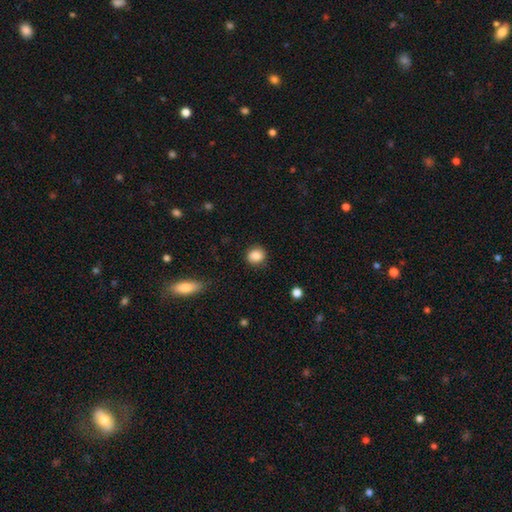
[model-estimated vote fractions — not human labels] The model was most divided on "how rounded": round: 78%, in between: 21%, cigar-shaped: 1%. More confident: smooth or featured — smooth (85%); merging — none (83%).